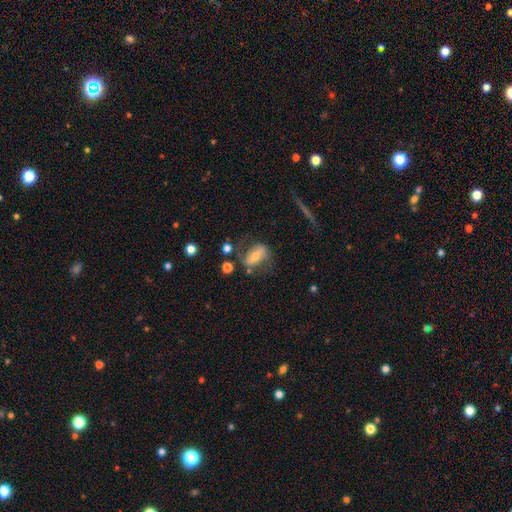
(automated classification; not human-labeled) Smooth or featured: featured or disk — 57% (smooth — 34%)
Edge-on disk: no — 90% (yes — 10%)
Bar: strong — 52% (weak — 28%)
Spiral arms: yes — 73% (no — 27%)
Bulge size: moderate — 50% (small — 35%)
Merging: none — 53% (major disturbance — 20%)